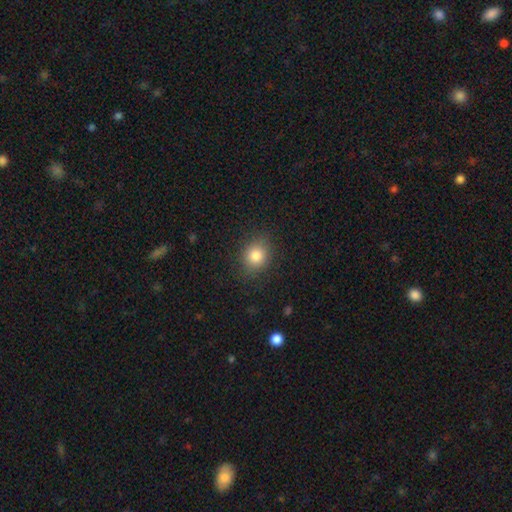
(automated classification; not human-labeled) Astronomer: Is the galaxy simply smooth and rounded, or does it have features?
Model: smooth — 82%.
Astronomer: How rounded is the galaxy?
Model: round — 68%.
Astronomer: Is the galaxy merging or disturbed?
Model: none — 85%.